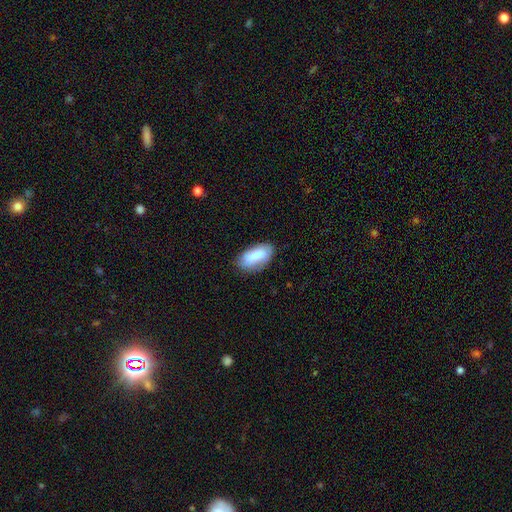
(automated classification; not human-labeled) Smooth or featured? smooth (80%)
How rounded? in between (92%)
Merging? none (74%)